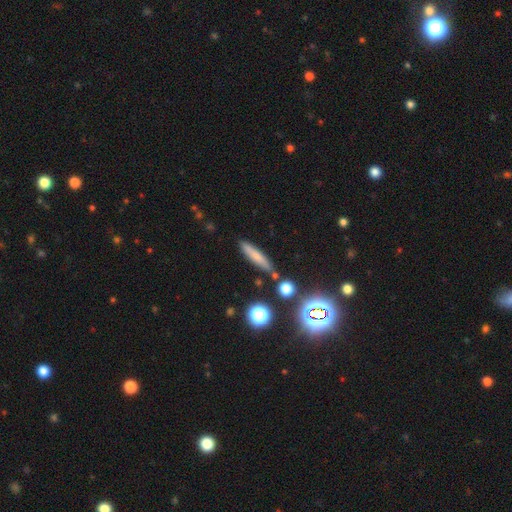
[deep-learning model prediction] Smooth or featured: smooth — 67% (featured or disk — 21%)
How rounded: cigar-shaped — 85% (in between — 11%)
Merging: none — 83% (minor disturbance — 10%)